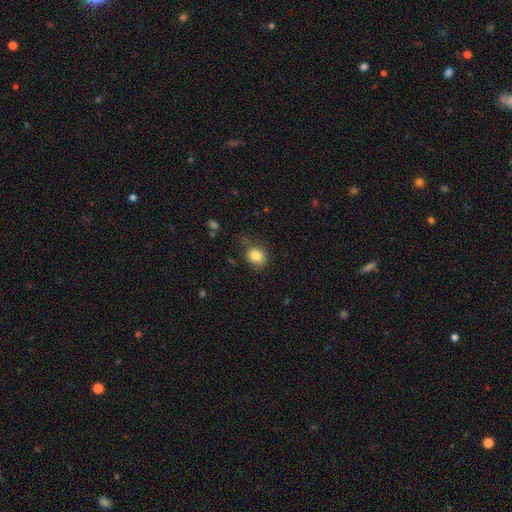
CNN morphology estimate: Smooth or featured? Predicted: smooth (p=0.83). How rounded? Predicted: round (p=0.61). Merging? Predicted: none (p=0.61).